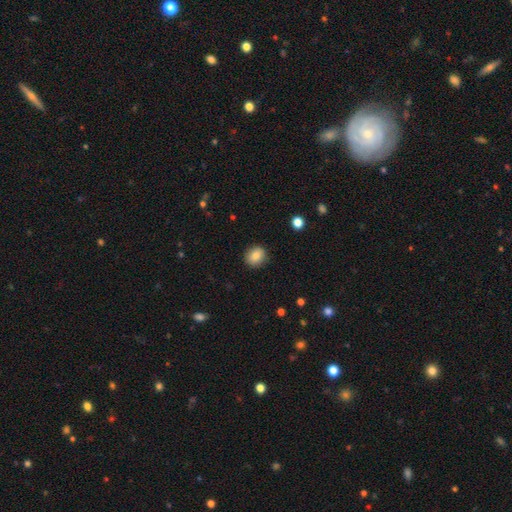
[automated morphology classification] Smooth or featured?
  - smooth: 83% *
  - star or artifact: 9%
  - featured or disk: 8%
How rounded?
  - round: 74% *
  - in between: 25%
  - cigar-shaped: 1%
Merging?
  - none: 89% *
  - minor disturbance: 8%
  - major disturbance: 2%
  - merger: 1%